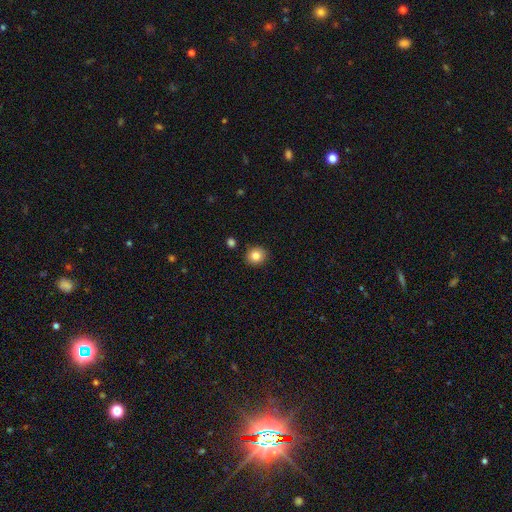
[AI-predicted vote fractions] Smooth or featured? Predicted: smooth (p=0.84). How rounded? Predicted: round (p=0.83). Merging? Predicted: none (p=0.89).